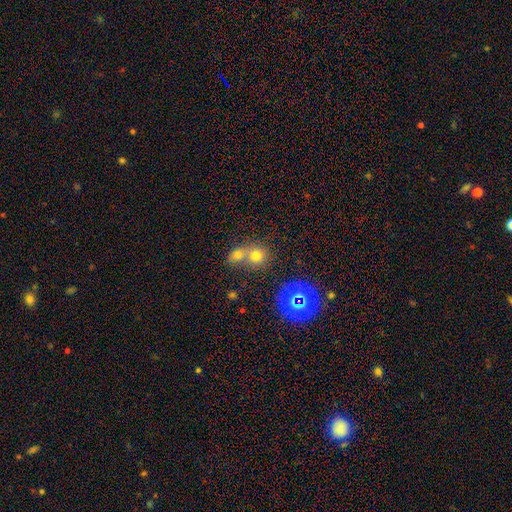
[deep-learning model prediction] smooth-or-featured: smooth: 68% | star or artifact: 20% | featured or disk: 12%
  how-rounded: round: 80% | in between: 19% | cigar-shaped: 1%
  merging: merger: 56% | none: 36% | minor disturbance: 5% | major disturbance: 3%